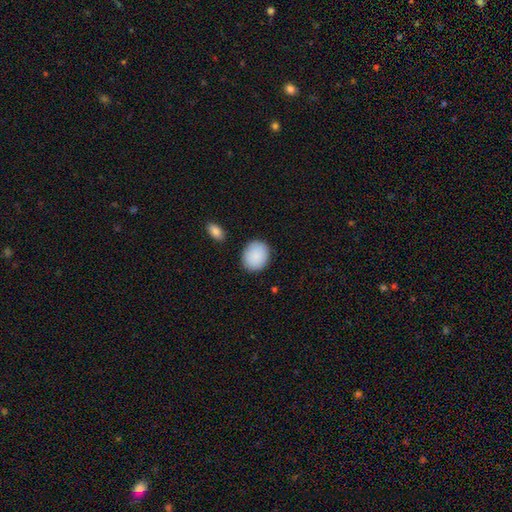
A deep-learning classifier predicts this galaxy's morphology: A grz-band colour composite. It shows a smooth galaxy with no disk features (90%) that is round (59%). Merging: none (87%).